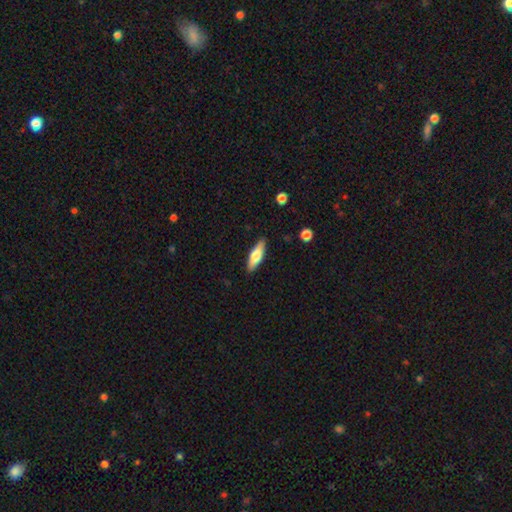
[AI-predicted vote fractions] Smooth or featured?
  - smooth: 67% *
  - featured or disk: 28%
  - star or artifact: 6%
How rounded?
  - in between: 50% *
  - cigar-shaped: 47%
  - round: 2%
Merging?
  - none: 87% *
  - minor disturbance: 10%
  - major disturbance: 2%
  - merger: 1%